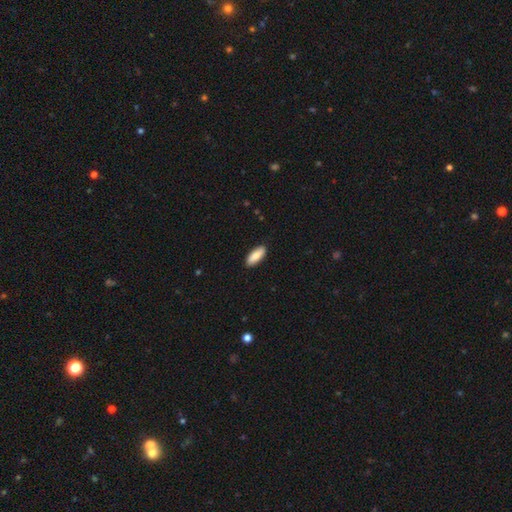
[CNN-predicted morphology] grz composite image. It shows a smooth galaxy with no disk features (86%) that is in between round and cigar-shaped (77%). Merging: none (89%).